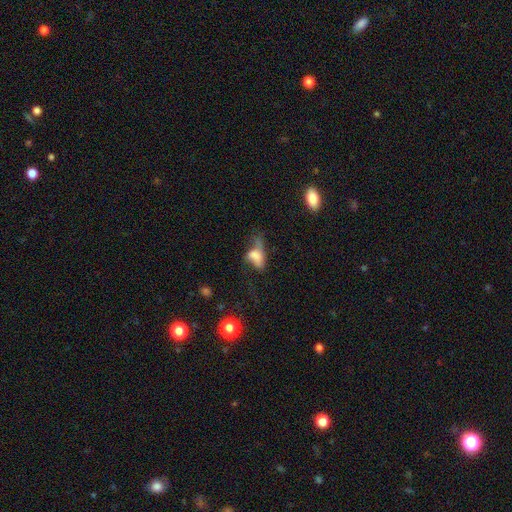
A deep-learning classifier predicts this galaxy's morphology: This appears to be a smooth galaxy with no disk features (56%) that is in between round and cigar-shaped (81%). Merging: major disturbance (46%).